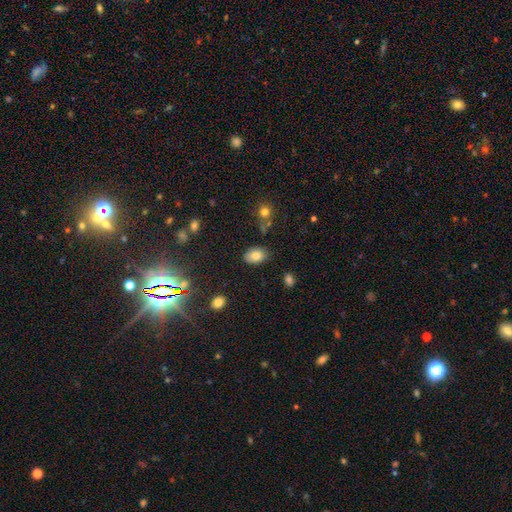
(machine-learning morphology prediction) smooth 80%, featured or disk 11%, star or artifact 9%. Down the decision tree: how rounded — in between (87%); merging — none (82%).